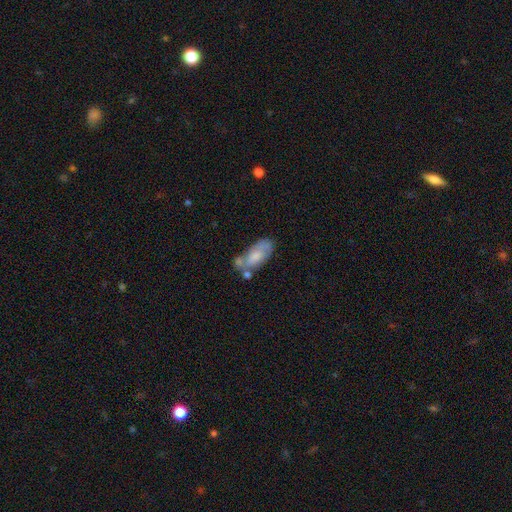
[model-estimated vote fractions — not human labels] smooth_or_featured: smooth (p=0.61) [alt: featured or disk p=0.32]
how_rounded: in between (p=0.86) [alt: cigar-shaped p=0.11]
merging: none (p=0.38) [alt: merger p=0.26]